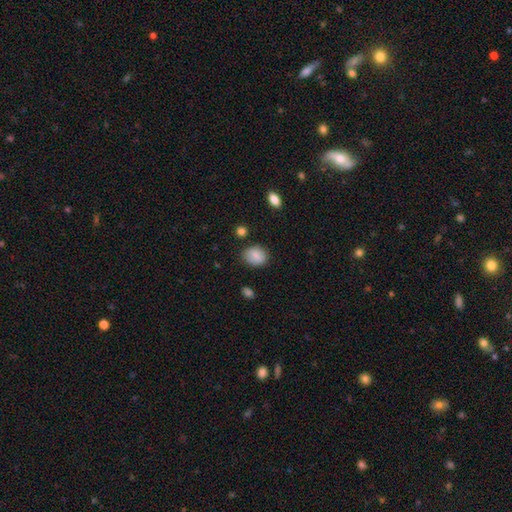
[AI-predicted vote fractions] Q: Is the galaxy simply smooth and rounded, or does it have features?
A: smooth — 82%.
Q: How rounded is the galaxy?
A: in between — 55%.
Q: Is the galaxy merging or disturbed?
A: none — 77%.